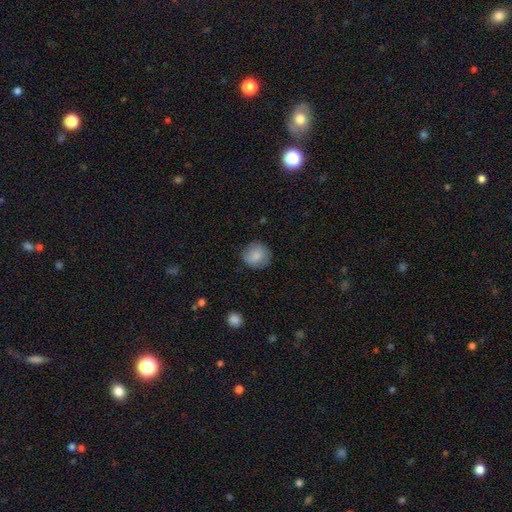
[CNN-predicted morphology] smooth-or-featured: smooth: 81% | featured or disk: 12% | star or artifact: 7%
  how-rounded: round: 90% | in between: 9% | cigar-shaped: 1%
  merging: none: 82% | minor disturbance: 14% | major disturbance: 3% | merger: 1%